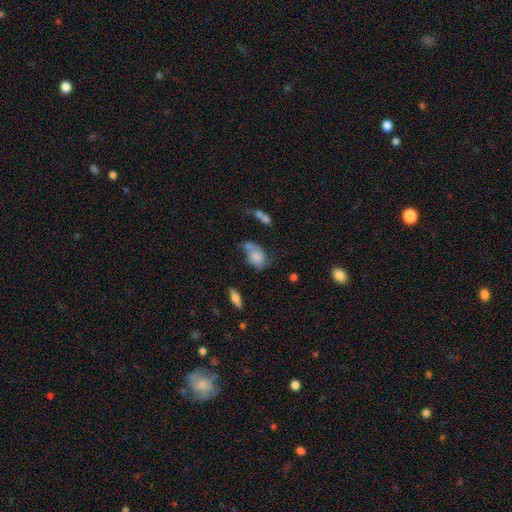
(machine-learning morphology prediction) smooth 70%, featured or disk 21%, star or artifact 9%. Down the decision tree: how rounded — in between (78%); merging — none (34%).